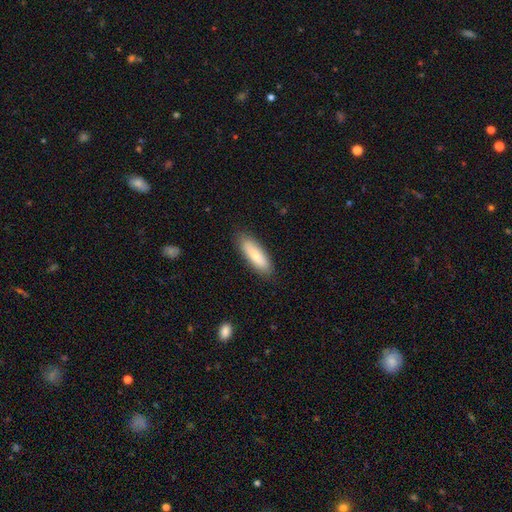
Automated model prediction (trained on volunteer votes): The model was most divided on "how rounded": in between: 53%, cigar-shaped: 46%, round: 2%. More confident: merging — none (85%); smooth or featured — smooth (79%).